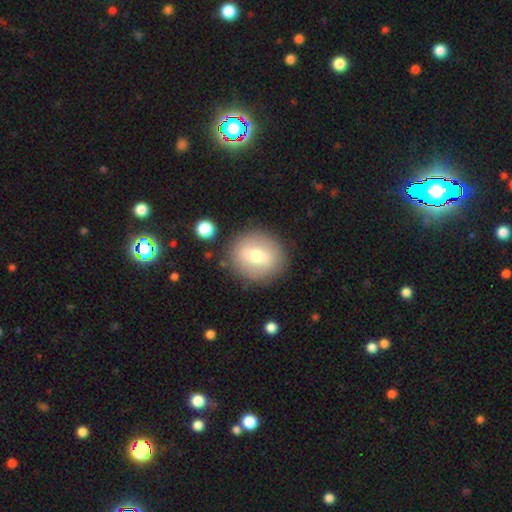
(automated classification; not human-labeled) Smooth or featured? Predicted: smooth (p=0.57). How rounded? Predicted: round (p=0.77). Merging? Predicted: none (p=0.85).